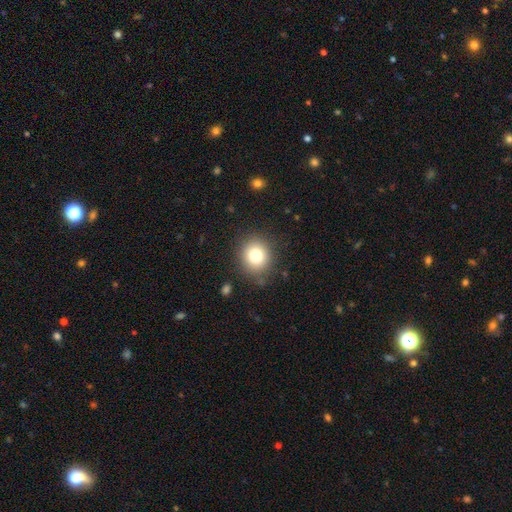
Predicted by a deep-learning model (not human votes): The model was most divided on "how rounded": round: 82%, in between: 17%, cigar-shaped: 1%. More confident: merging — none (85%); smooth or featured — smooth (80%).